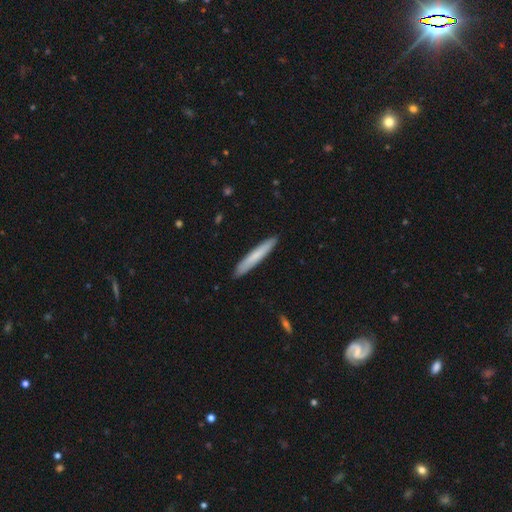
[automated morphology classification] A smooth galaxy with no disk features (73%) that is cigar-shaped (95%). Merging: none (91%).